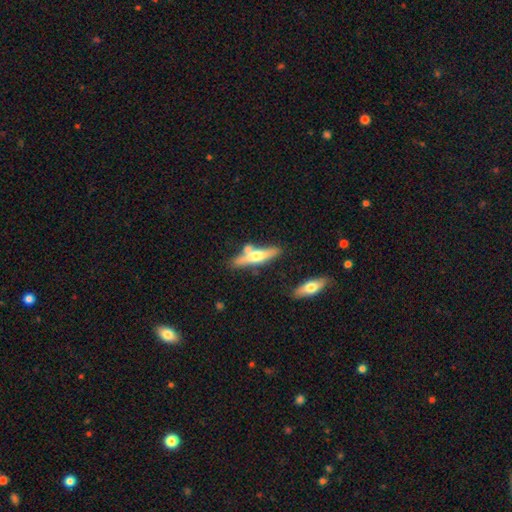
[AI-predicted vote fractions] smooth_or_featured: featured or disk (p=0.51) [alt: smooth p=0.44]
disk_edge_on: yes (p=0.90) [alt: no p=0.10]
merging: none (p=0.59) [alt: merger p=0.21]